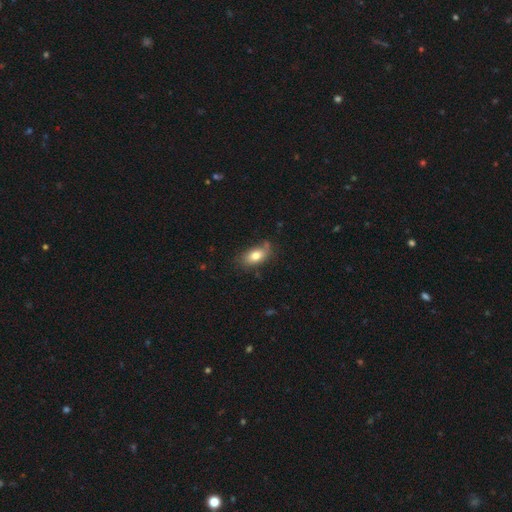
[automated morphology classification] type=smooth (79%); roundness=in between (89%); merging=none (70%).